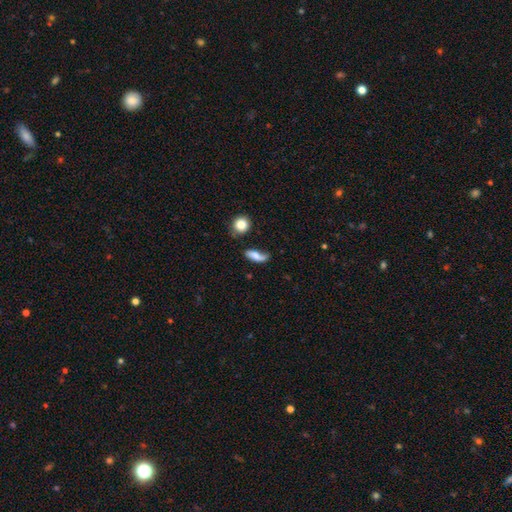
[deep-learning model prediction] Smooth or featured: smooth — 62% (featured or disk — 29%)
How rounded: in between — 67% (cigar-shaped — 26%)
Merging: none — 45% (minor disturbance — 30%)